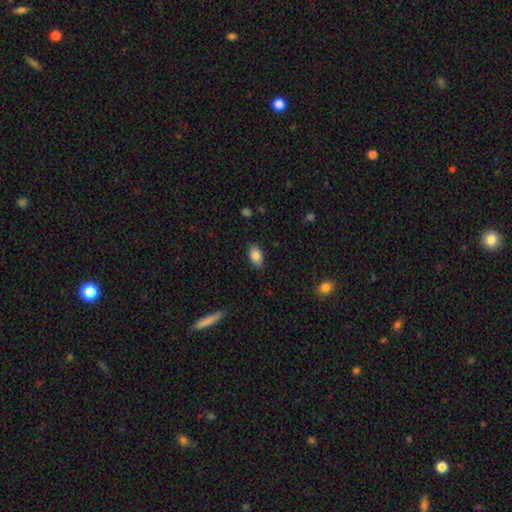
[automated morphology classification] Overall: smooth (85%). How rounded: in between (91%). Merging: none (84%).